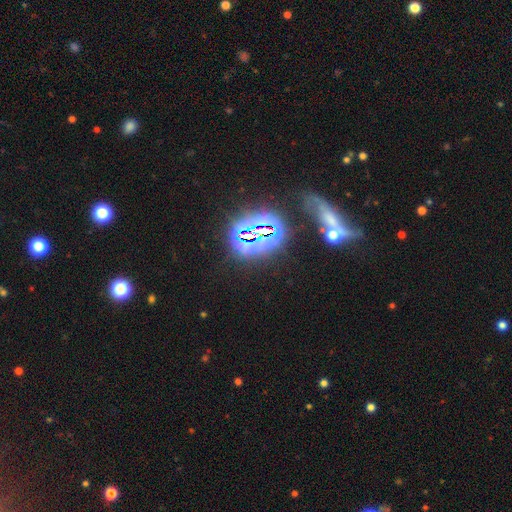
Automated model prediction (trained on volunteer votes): This is likely a star or artifact rather than a galaxy (66%).